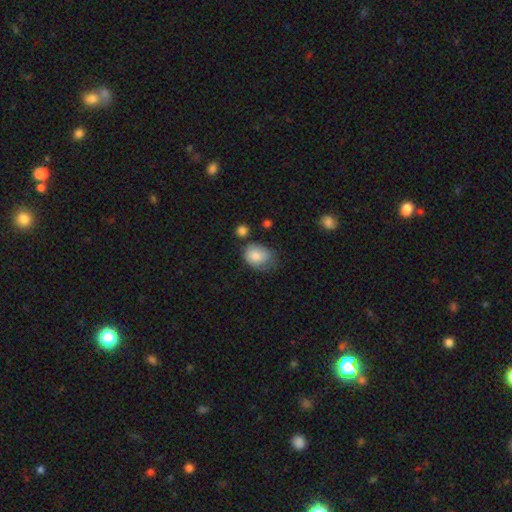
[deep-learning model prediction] This appears to be a smooth galaxy with no disk features (82%) that is in between round and cigar-shaped (64%). Merging: none (40%).